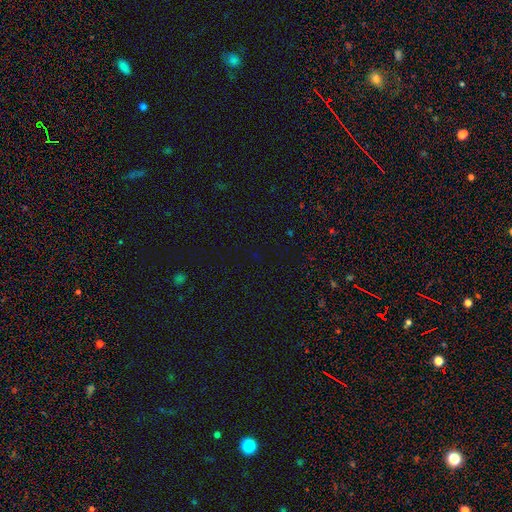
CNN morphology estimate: smooth_or_featured: star or artifact (p=0.72) [alt: smooth p=0.21]